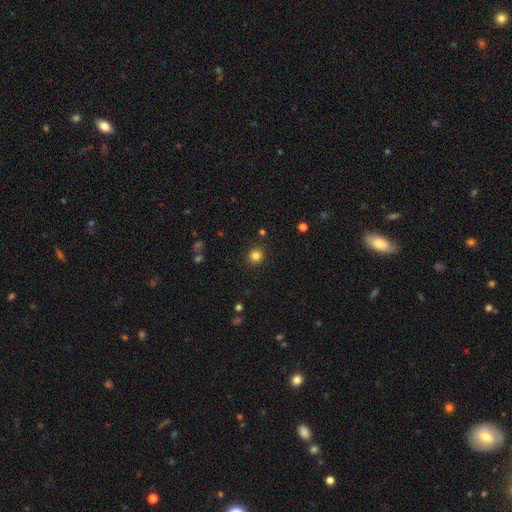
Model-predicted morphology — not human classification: Overall: smooth (82%). How rounded: round (93%). Merging: none (91%).